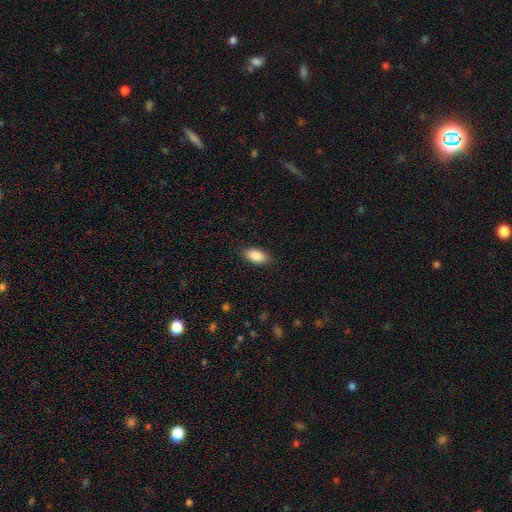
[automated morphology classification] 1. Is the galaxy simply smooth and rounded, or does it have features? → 88% smooth, 7% star or artifact, 5% featured or disk.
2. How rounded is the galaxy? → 92% in between, 5% cigar-shaped, 3% round.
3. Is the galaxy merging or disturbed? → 88% none, 9% minor disturbance, 2% major disturbance, 1% merger.